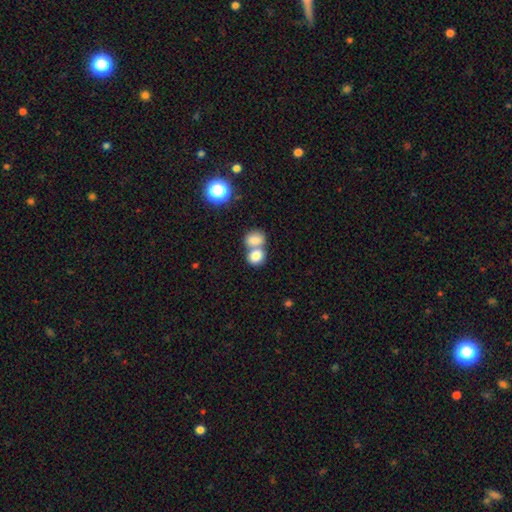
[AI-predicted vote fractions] smooth 81%, featured or disk 9%, star or artifact 9%. Down the decision tree: how rounded — round (54%); merging — merger (60%).